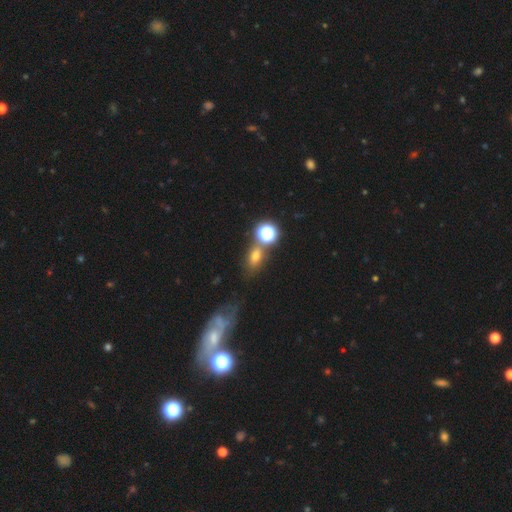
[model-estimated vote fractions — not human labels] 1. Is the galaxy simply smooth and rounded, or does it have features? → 59% smooth, 26% star or artifact, 15% featured or disk.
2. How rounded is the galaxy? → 65% in between, 32% round, 3% cigar-shaped.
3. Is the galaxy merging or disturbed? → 60% none, 18% merger, 15% minor disturbance, 8% major disturbance.